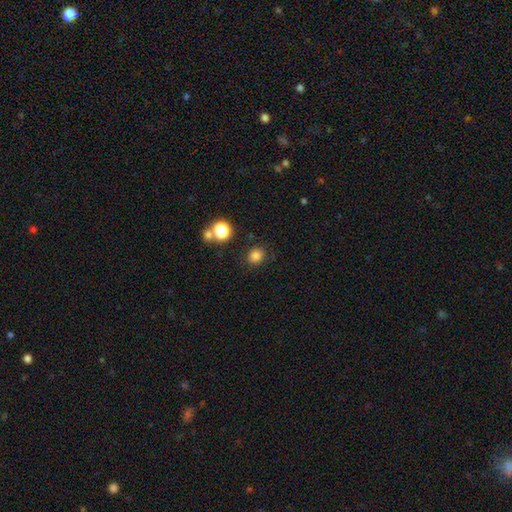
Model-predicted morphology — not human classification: This is clearly a smooth galaxy (81%). How rounded: likely round (72%). Merging: clearly none (82%).